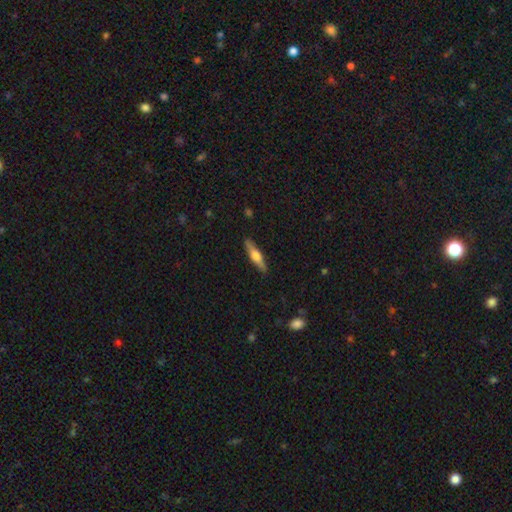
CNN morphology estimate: type=featured or disk (50%); edge-on=yes (94%); merging=none (89%).